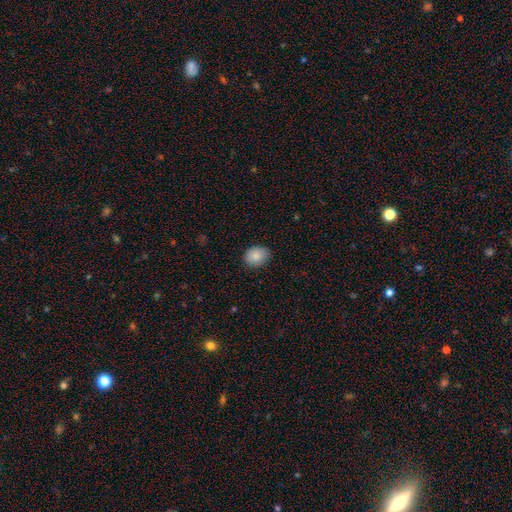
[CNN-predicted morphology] smooth_or_featured: smooth (p=0.87) [alt: star or artifact p=0.08]
how_rounded: in between (p=0.57) [alt: round p=0.42]
merging: none (p=0.83) [alt: minor disturbance p=0.13]